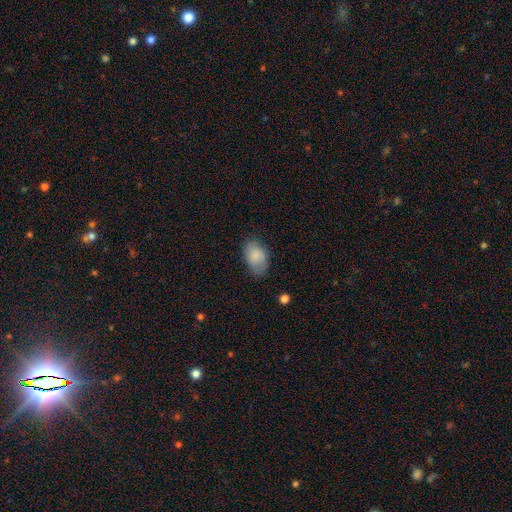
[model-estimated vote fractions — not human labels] Q: Smooth or featured?
A: smooth (83%); runner-up: featured or disk (10%)
Q: How rounded?
A: in between (90%); runner-up: round (8%)
Q: Merging?
A: none (68%); runner-up: minor disturbance (24%)